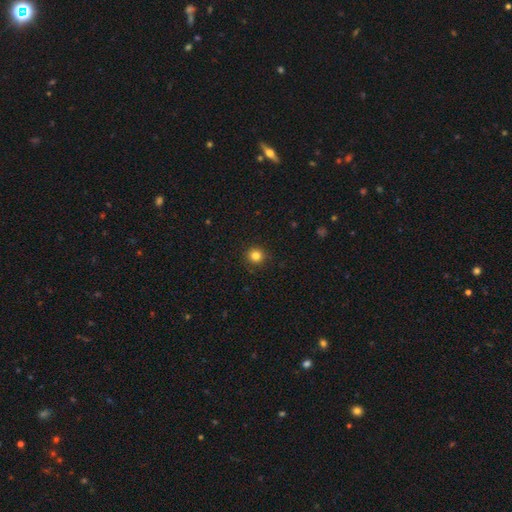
smooth-or-featured: smooth: 92% | star or artifact: 5% | featured or disk: 3%
  how-rounded: round: 100% | in between: 0% | cigar-shaped: 0%
  merging: none: 89% | minor disturbance: 8% | merger: 3% | major disturbance: 0%